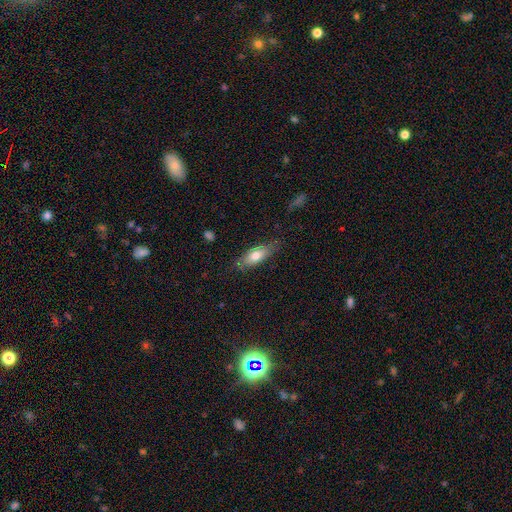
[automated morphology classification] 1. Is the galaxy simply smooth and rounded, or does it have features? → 71% smooth, 23% featured or disk, 6% star or artifact.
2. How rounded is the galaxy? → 68% in between, 29% cigar-shaped, 3% round.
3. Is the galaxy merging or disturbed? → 72% none, 21% minor disturbance, 5% major disturbance, 2% merger.